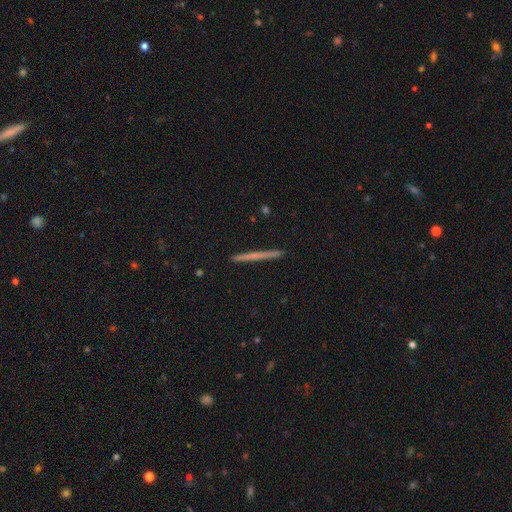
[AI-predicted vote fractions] Morphology: type=smooth (52%); roundness=cigar-shaped (97%); merging=none (93%).